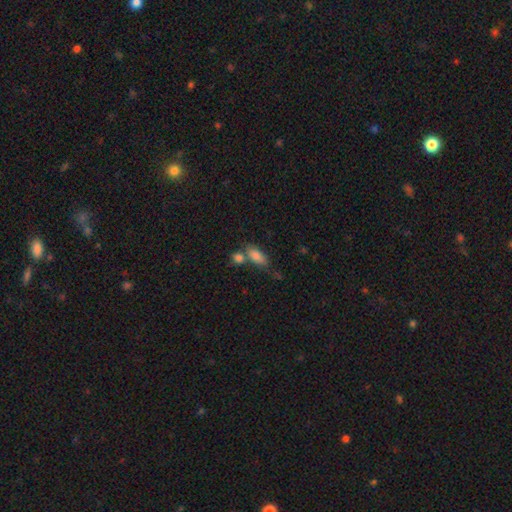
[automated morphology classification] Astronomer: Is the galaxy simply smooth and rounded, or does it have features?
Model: smooth — 82%.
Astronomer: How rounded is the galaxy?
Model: in between — 82%.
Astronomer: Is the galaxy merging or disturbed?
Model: none — 47% (runner-up: merger, 33%).